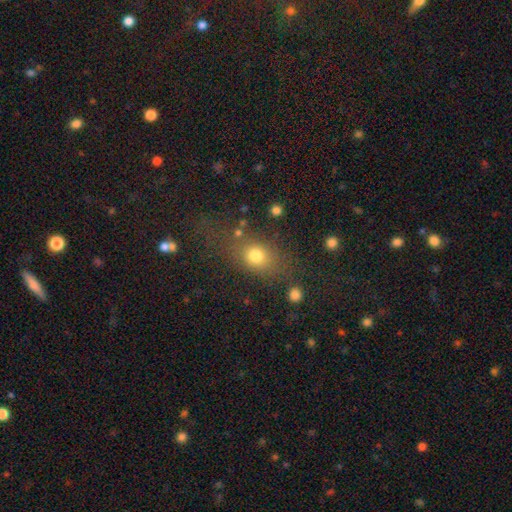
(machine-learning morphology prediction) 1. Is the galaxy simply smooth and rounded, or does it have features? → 75% smooth, 15% star or artifact, 10% featured or disk.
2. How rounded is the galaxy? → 50% in between, 46% round, 5% cigar-shaped.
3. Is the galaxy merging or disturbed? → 62% none, 16% minor disturbance, 13% major disturbance, 9% merger.